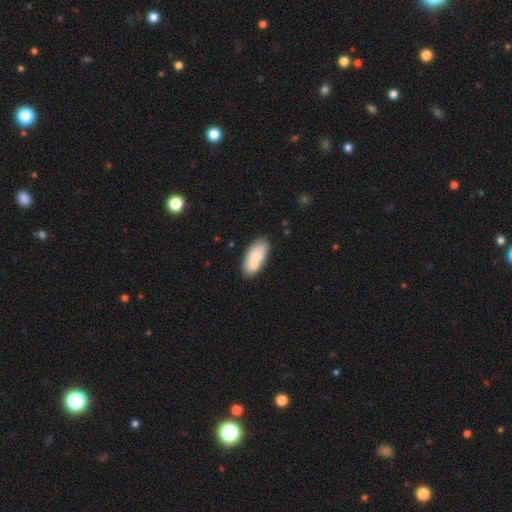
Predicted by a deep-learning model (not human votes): Smooth or featured? smooth (72%)
How rounded? in between (89%)
Merging? none (60%)